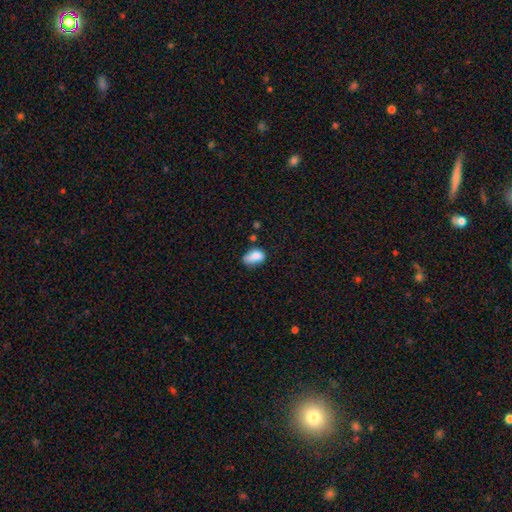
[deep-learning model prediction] Q: Smooth or featured?
A: smooth (79%); runner-up: featured or disk (12%)
Q: How rounded?
A: in between (85%); runner-up: round (13%)
Q: Merging?
A: none (38%); tied with: minor disturbance (38%)